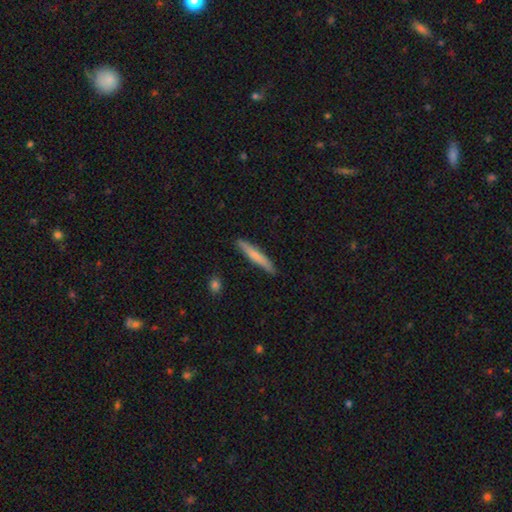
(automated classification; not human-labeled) Q: Smooth or featured?
A: smooth (69%); runner-up: featured or disk (25%)
Q: How rounded?
A: cigar-shaped (94%); runner-up: in between (5%)
Q: Merging?
A: none (89%); runner-up: minor disturbance (8%)